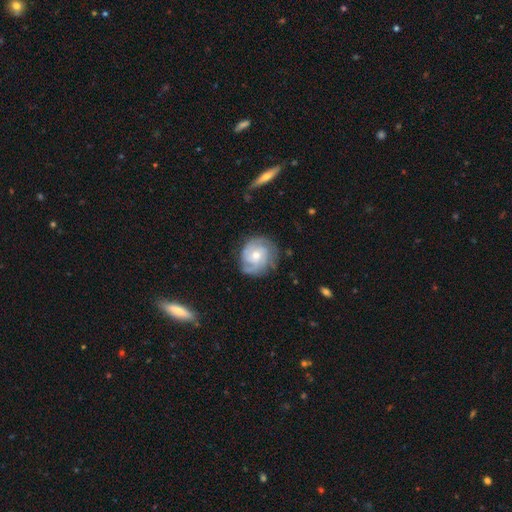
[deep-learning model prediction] smooth_or_featured: featured or disk (p=0.76) [alt: smooth p=0.18]
disk_edge_on: no (p=0.98) [alt: yes p=0.02]
bar: no (p=0.73) [alt: weak p=0.23]
has_spiral_arms: yes (p=0.93) [alt: no p=0.07]
spiral_winding: tight (p=0.61) [alt: medium p=0.31]
spiral_arm_count: 3 (p=0.31) [alt: can't tell p=0.28]
bulge_size: moderate (p=0.53) [alt: small p=0.43]
merging: none (p=0.76) [alt: minor disturbance p=0.17]